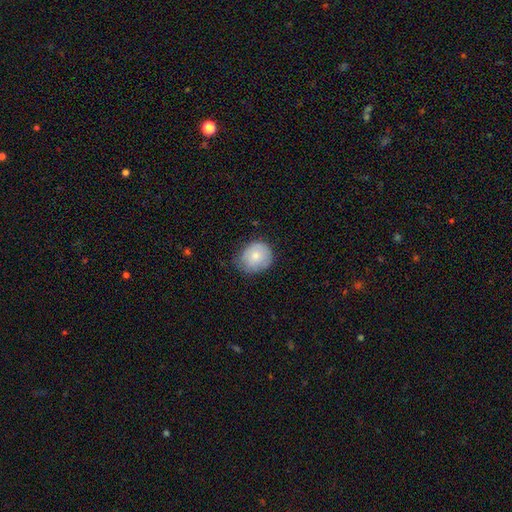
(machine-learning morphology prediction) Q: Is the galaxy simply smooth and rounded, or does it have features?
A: smooth — 75%.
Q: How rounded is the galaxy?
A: round — 77%.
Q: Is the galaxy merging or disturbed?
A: none — 64%.